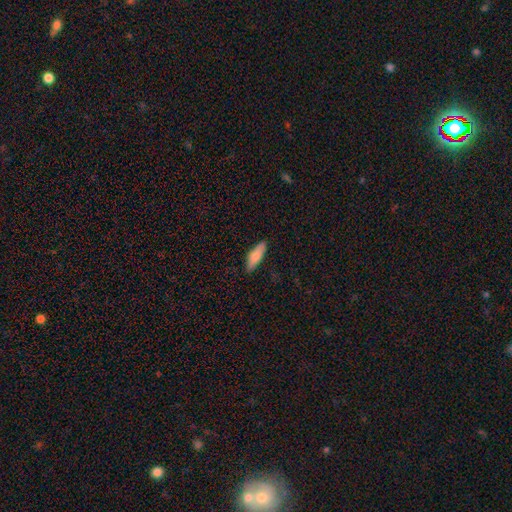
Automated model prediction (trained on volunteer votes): Overall: smooth (78%). How rounded: cigar-shaped (50%; in between 48%). Merging: none (87%).